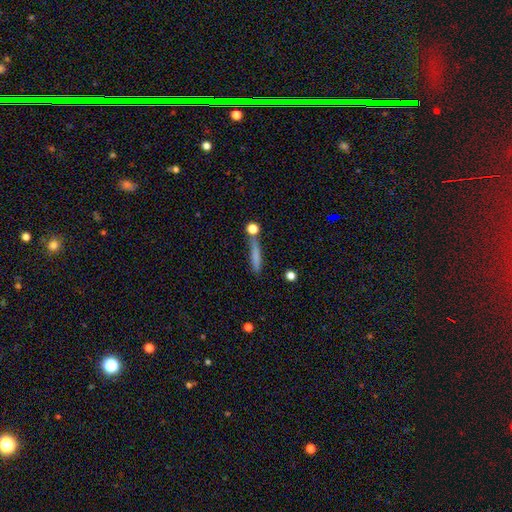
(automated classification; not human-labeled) Q: Smooth or featured?
A: smooth (69%); runner-up: featured or disk (22%)
Q: How rounded?
A: cigar-shaped (89%); runner-up: in between (8%)
Q: Merging?
A: none (65%); runner-up: minor disturbance (17%)